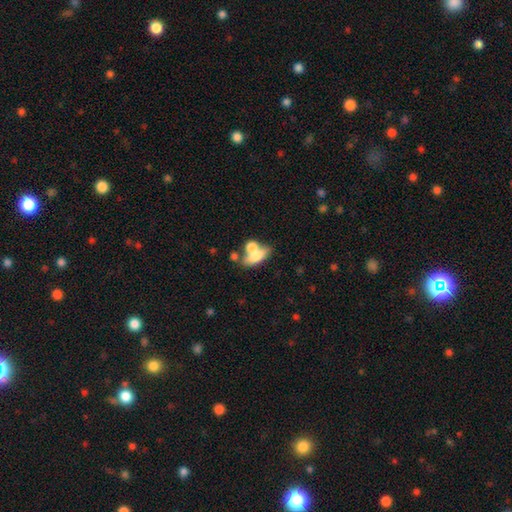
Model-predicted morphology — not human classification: Smooth or featured? Predicted: smooth (p=0.68). How rounded? Predicted: in between (p=0.70). Merging? Predicted: merger (p=0.49).